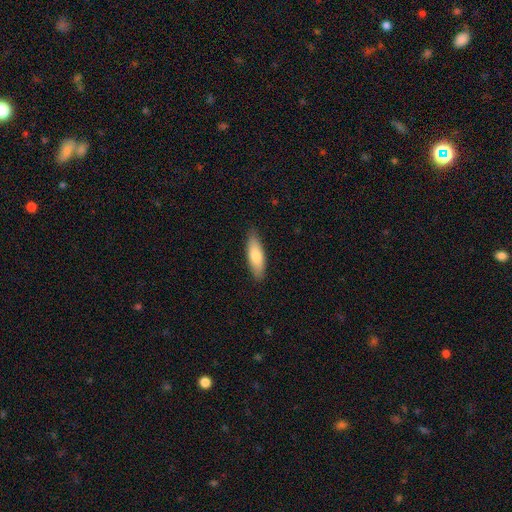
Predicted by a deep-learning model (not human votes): Smooth or featured?
  - smooth: 77% *
  - featured or disk: 18%
  - star or artifact: 5%
How rounded?
  - in between: 53% *
  - cigar-shaped: 46%
  - round: 2%
Merging?
  - none: 86% *
  - minor disturbance: 11%
  - major disturbance: 2%
  - merger: 1%